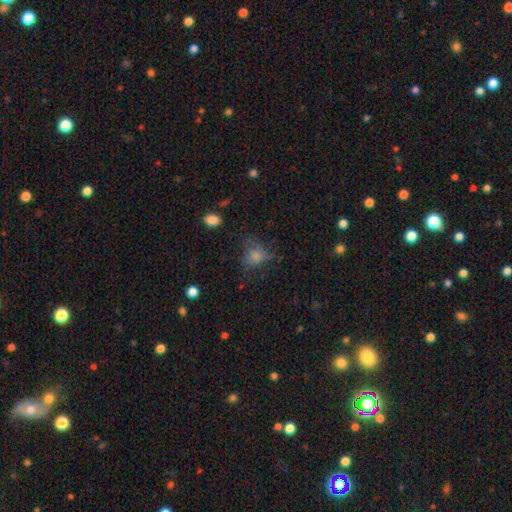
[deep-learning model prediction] This appears to be a smooth galaxy with no disk features (58%) that is round (65%). Merging: none (56%).